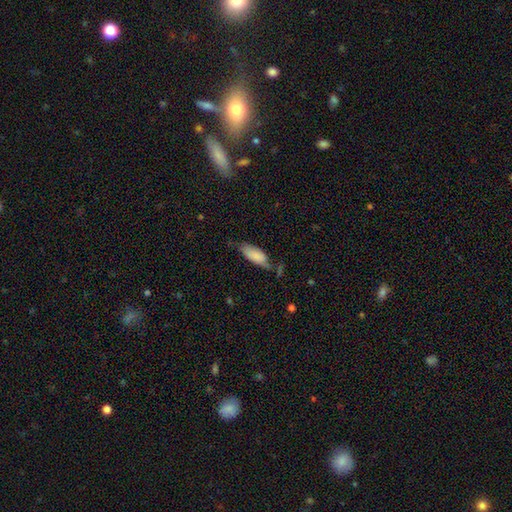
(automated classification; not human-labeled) smooth-or-featured: smooth: 81% | featured or disk: 12% | star or artifact: 6%
  how-rounded: in between: 76% | cigar-shaped: 23% | round: 2%
  merging: none: 49% | minor disturbance: 35% | major disturbance: 10% | merger: 5%